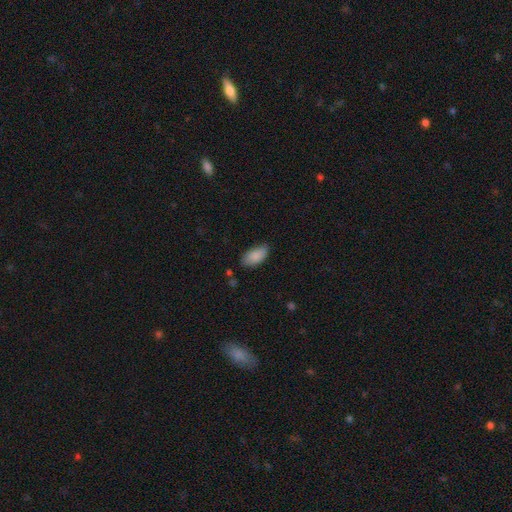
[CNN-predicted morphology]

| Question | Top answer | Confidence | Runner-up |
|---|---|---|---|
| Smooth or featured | smooth | 88% | star or artifact (7%) |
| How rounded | in between | 93% | cigar-shaped (4%) |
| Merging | none | 73% | minor disturbance (21%) |